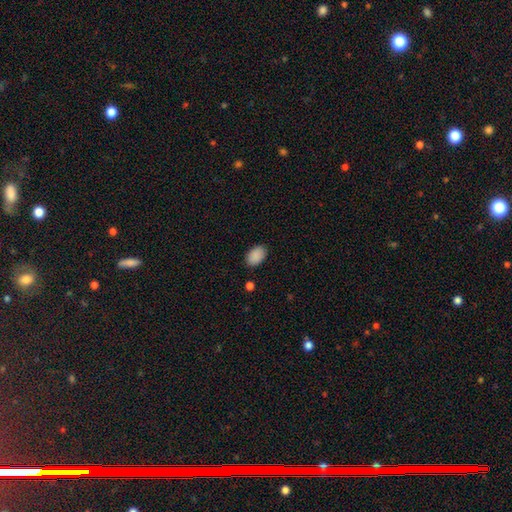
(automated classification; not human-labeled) The model was most divided on "merging": none: 87%, minor disturbance: 9%, major disturbance: 2%, merger: 1%. More confident: smooth or featured — smooth (90%); how rounded — in between (89%).